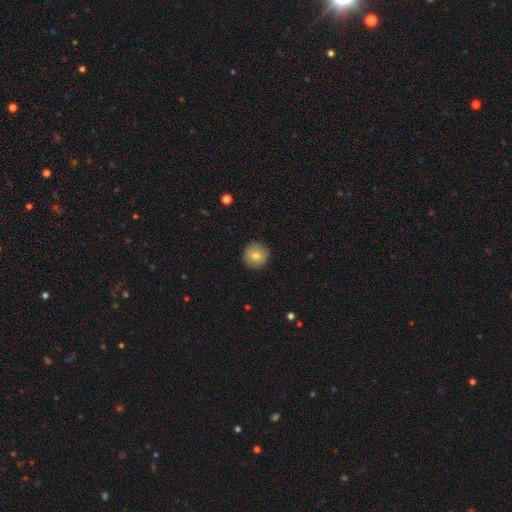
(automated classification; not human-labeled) The model was most divided on "smooth or featured": smooth: 80%, featured or disk: 11%, star or artifact: 9%. More confident: how rounded — round (95%); merging — none (91%).